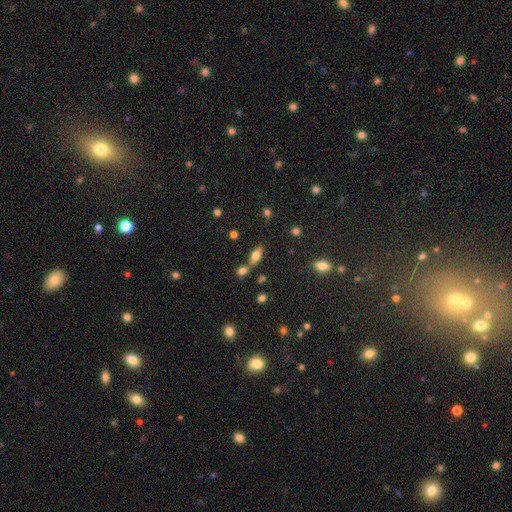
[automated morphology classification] Smooth or featured? smooth (64%)
How rounded? in between (73%)
Merging? none (54%)